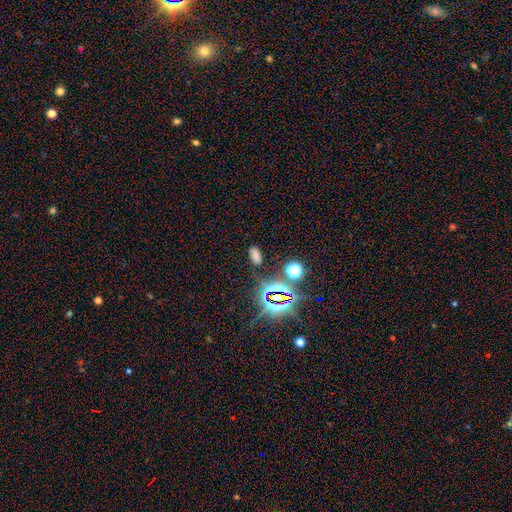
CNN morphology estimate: smooth_or_featured: smooth (p=0.61) [alt: star or artifact p=0.32]
how_rounded: in between (p=0.87) [alt: cigar-shaped p=0.07]
merging: none (p=0.82) [alt: minor disturbance p=0.11]